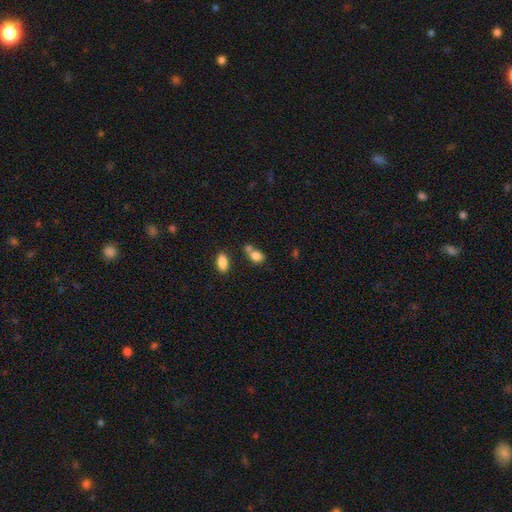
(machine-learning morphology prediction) The model was most divided on "merging": none: 43%, merger: 40%, minor disturbance: 13%, major disturbance: 5%. More confident: smooth or featured — smooth (82%); how rounded — in between (66%).